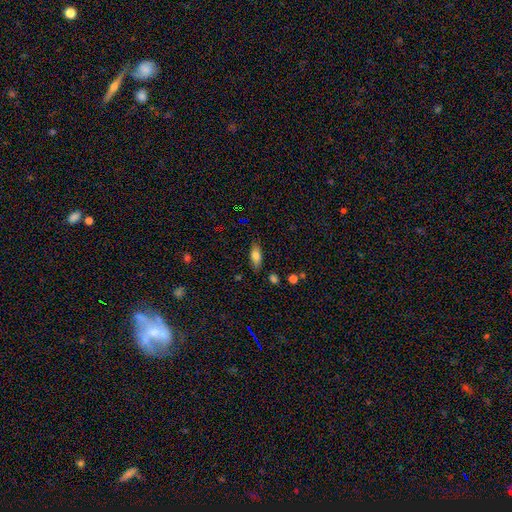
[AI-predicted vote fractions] Morphology: type=smooth (78%); roundness=in between (78%); merging=none (82%).